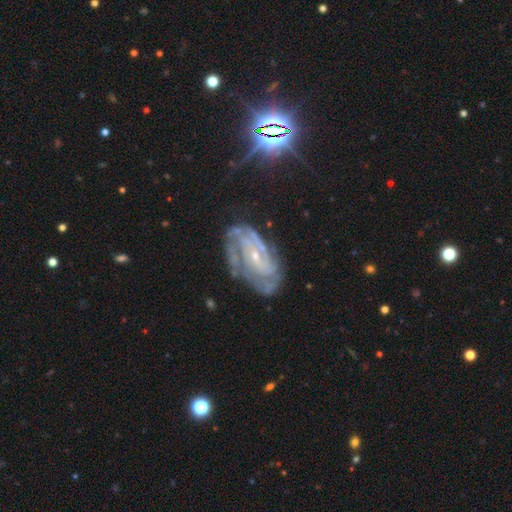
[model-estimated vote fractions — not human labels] smooth_or_featured: featured or disk (p=0.84) [alt: star or artifact p=0.09]
disk_edge_on: no (p=0.96) [alt: yes p=0.04]
bar: no (p=0.46) [alt: weak p=0.38]
has_spiral_arms: yes (p=0.94) [alt: no p=0.06]
spiral_winding: tight (p=0.62) [alt: medium p=0.31]
spiral_arm_count: can't tell (p=0.32) [alt: 2 p=0.27]
bulge_size: small (p=0.78) [alt: moderate p=0.18]
merging: none (p=0.66) [alt: minor disturbance p=0.22]